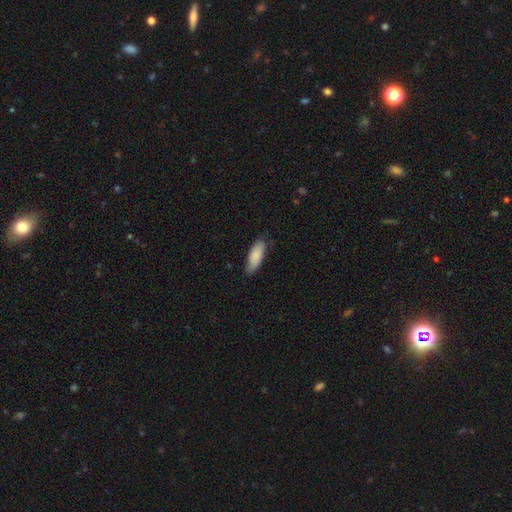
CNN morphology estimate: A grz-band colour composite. It shows a smooth galaxy with no disk features (86%) that is in between round and cigar-shaped (72%). Merging: none (75%).